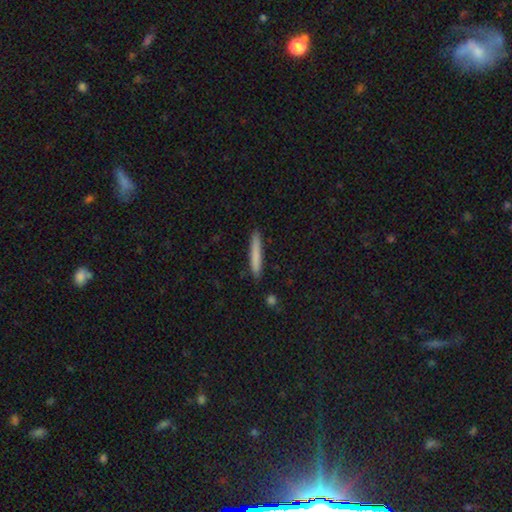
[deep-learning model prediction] smooth 79%, featured or disk 15%, star or artifact 6%. Down the decision tree: how rounded — cigar-shaped (95%); merging — none (88%).